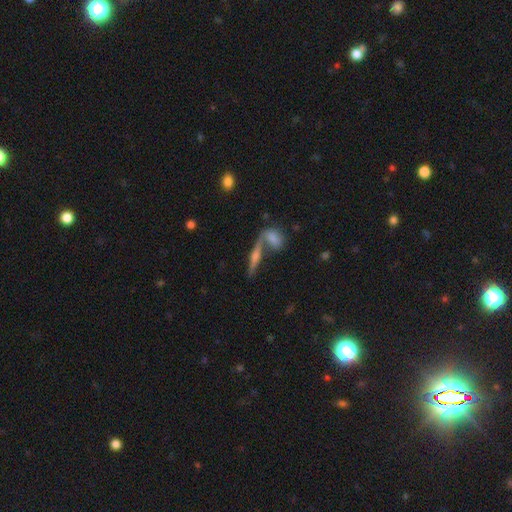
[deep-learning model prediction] Smooth or featured? Predicted: featured or disk (p=0.63). Edge-on disk? Predicted: yes (p=0.90). Edge-on bulge? Predicted: rounded (p=0.85). Merging? Predicted: none (p=0.55).